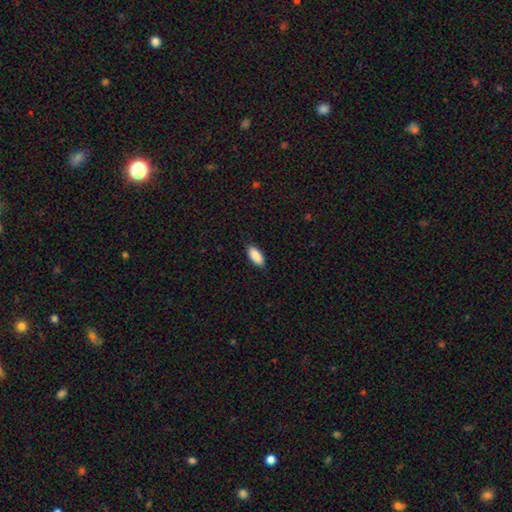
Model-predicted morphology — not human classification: smooth-or-featured: smooth: 90% | star or artifact: 6% | featured or disk: 4%
  how-rounded: in between: 89% | cigar-shaped: 9% | round: 2%
  merging: none: 87% | minor disturbance: 10% | major disturbance: 2% | merger: 1%